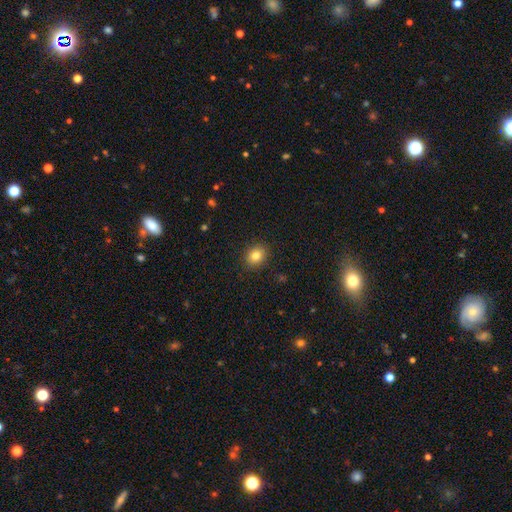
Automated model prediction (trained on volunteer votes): Smooth or featured? Predicted: smooth (p=0.83). How rounded? Predicted: round (p=0.50). Merging? Predicted: none (p=0.89).